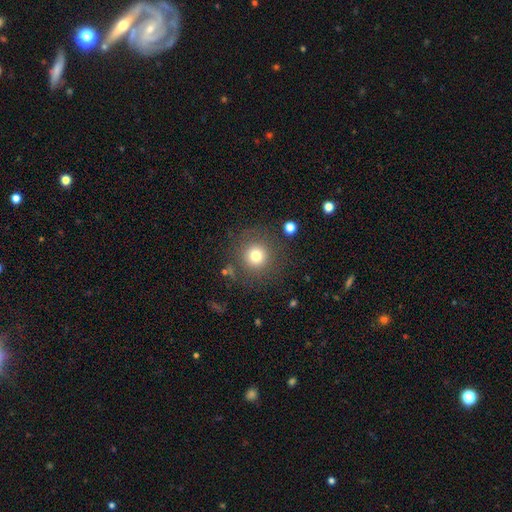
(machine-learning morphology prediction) A smooth galaxy with no disk features (76%) that is round (94%).

Vote fractions:
- Smooth or featured? smooth: 76% / star or artifact: 14% / featured or disk: 10%
- How rounded? round: 94% / in between: 5% / cigar-shaped: 1%
- Merging? none: 84% / minor disturbance: 9% / major disturbance: 5% / merger: 2%